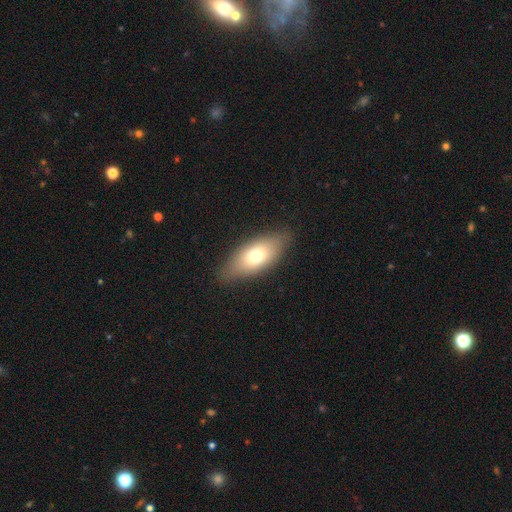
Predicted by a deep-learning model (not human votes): A smooth galaxy with no disk features (70%) that is in between round and cigar-shaped (82%).

Vote fractions:
- Smooth or featured? smooth: 70% / featured or disk: 23% / star or artifact: 7%
- How rounded? in between: 82% / cigar-shaped: 14% / round: 4%
- Merging? none: 81% / minor disturbance: 14% / major disturbance: 4% / merger: 1%